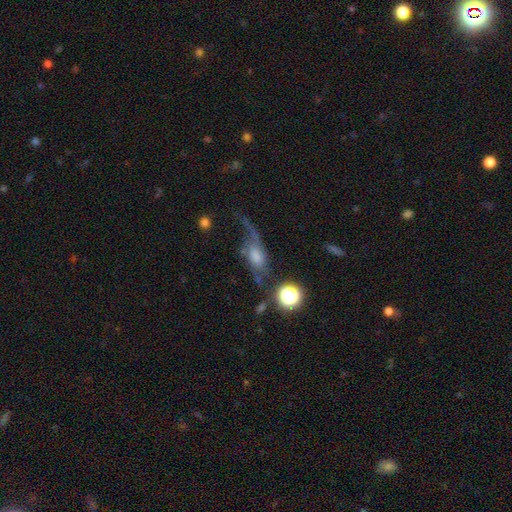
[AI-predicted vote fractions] featured or disk 50%, smooth 35%, star or artifact 16%. Down the decision tree: merging — major disturbance (42%).